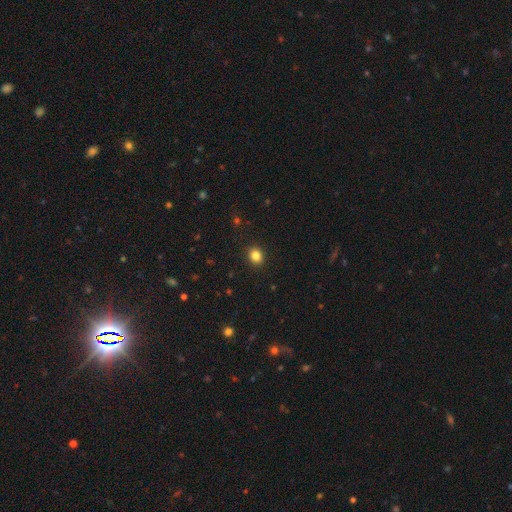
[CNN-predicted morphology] The model was most divided on "how rounded": round: 70%, in between: 29%, cigar-shaped: 1%. More confident: merging — none (91%); smooth or featured — smooth (84%).